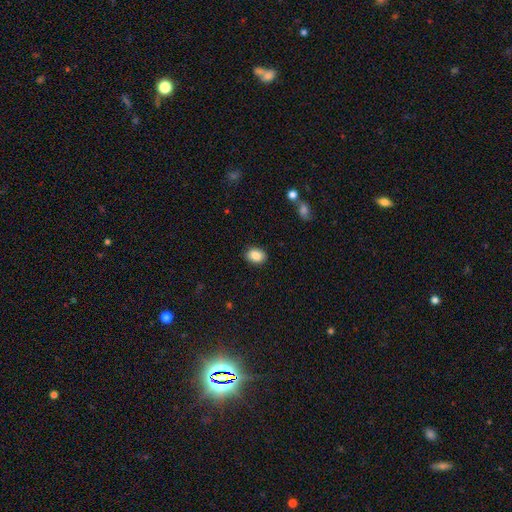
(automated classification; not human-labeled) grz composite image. It shows a smooth galaxy with no disk features (86%) that is in between round and cigar-shaped (69%). Merging: none (89%).